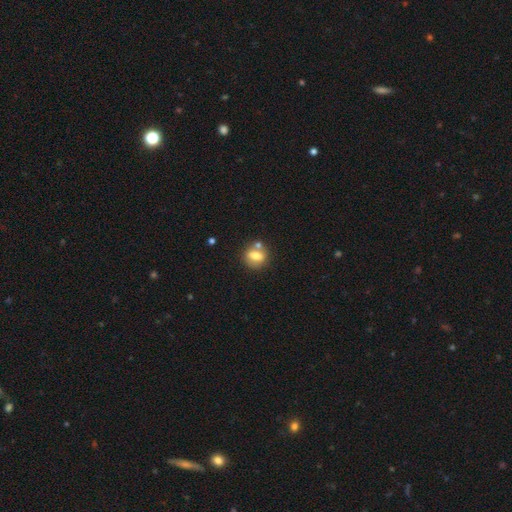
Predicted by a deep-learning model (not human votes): smooth-or-featured: smooth: 69% | featured or disk: 22% | star or artifact: 9%
  how-rounded: round: 53% | in between: 43% | cigar-shaped: 4%
  merging: none: 63% | merger: 22% | minor disturbance: 11% | major disturbance: 4%